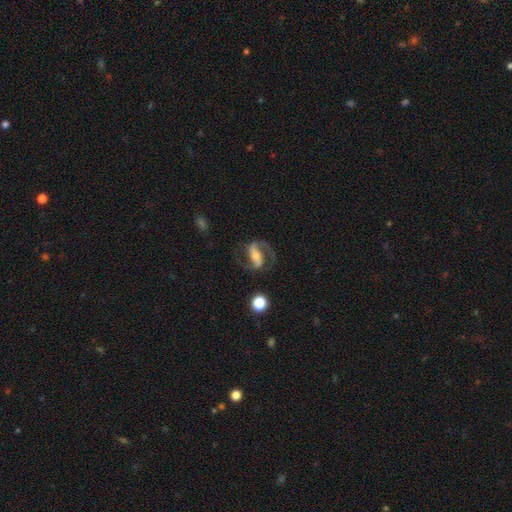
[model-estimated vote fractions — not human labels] featured or disk 88%, smooth 6%, star or artifact 5%. Down the decision tree: edge-on disk — no (97%); bar — strong (60%); spiral arms — yes (97%); spiral arm count — 2 (93%); spiral winding — medium (57%); bulge size — small (44%); merging — none (77%).